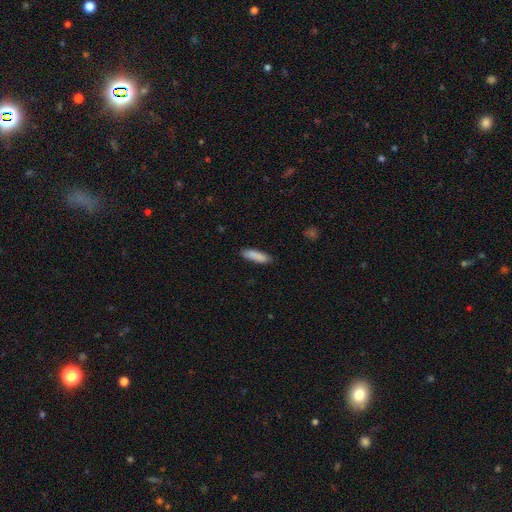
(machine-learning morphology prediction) Overall: smooth (88%). How rounded: cigar-shaped (63%; in between 36%). Merging: none (86%).